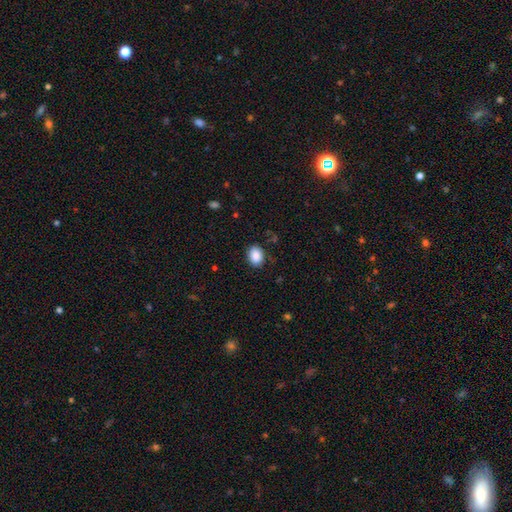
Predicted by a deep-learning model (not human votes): Smooth or featured: smooth — 89% (star or artifact — 8%)
How rounded: in between — 71% (round — 28%)
Merging: none — 86% (minor disturbance — 10%)